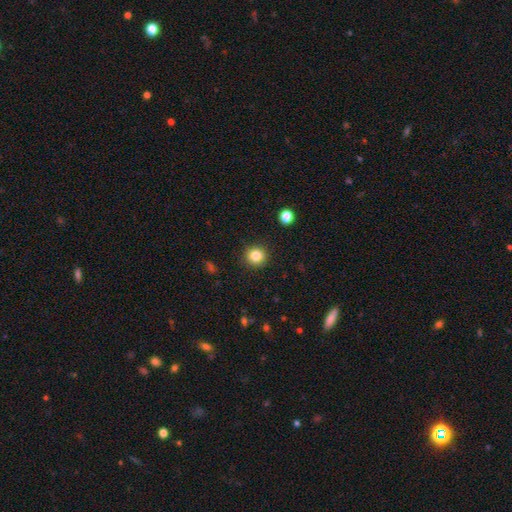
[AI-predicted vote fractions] smooth_or_featured: smooth (p=0.83) [alt: star or artifact p=0.11]
how_rounded: round (p=0.92) [alt: in between p=0.07]
merging: none (p=0.91) [alt: minor disturbance p=0.06]